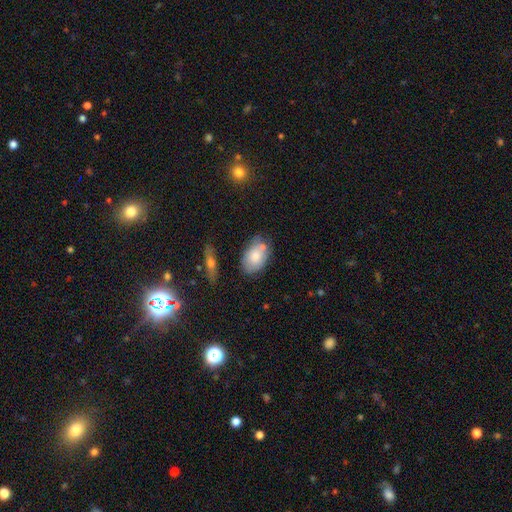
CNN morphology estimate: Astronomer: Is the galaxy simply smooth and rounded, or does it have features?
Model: smooth — 74%.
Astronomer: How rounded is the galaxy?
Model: in between — 88%.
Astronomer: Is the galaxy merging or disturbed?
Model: none — 59%.